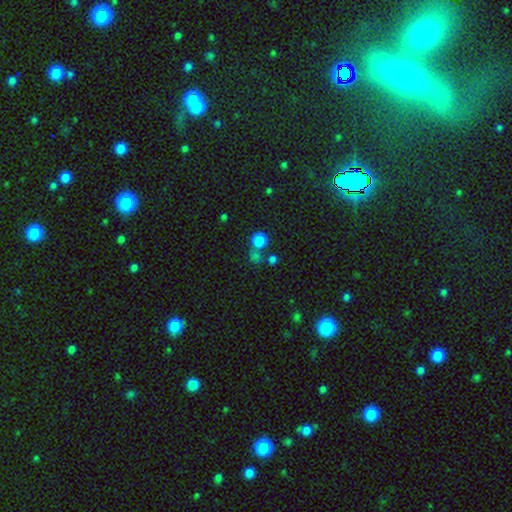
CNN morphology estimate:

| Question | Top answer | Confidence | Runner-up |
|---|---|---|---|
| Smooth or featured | smooth | 73% | star or artifact (21%) |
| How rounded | round | 90% | in between (9%) |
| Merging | none | 64% | merger (23%) |